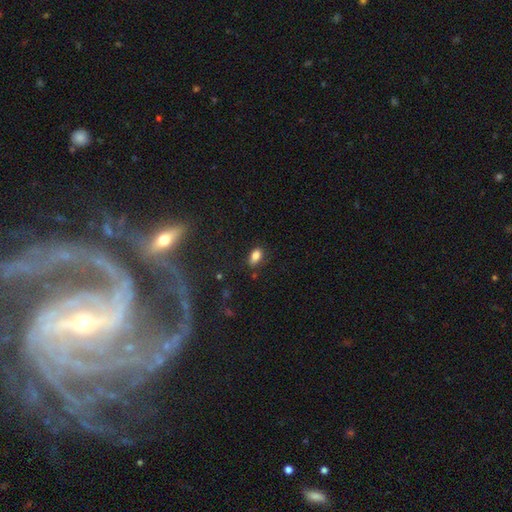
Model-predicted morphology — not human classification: smooth_or_featured: smooth (p=0.84) [alt: star or artifact p=0.10]
how_rounded: in between (p=0.88) [alt: round p=0.08]
merging: none (p=0.78) [alt: minor disturbance p=0.16]